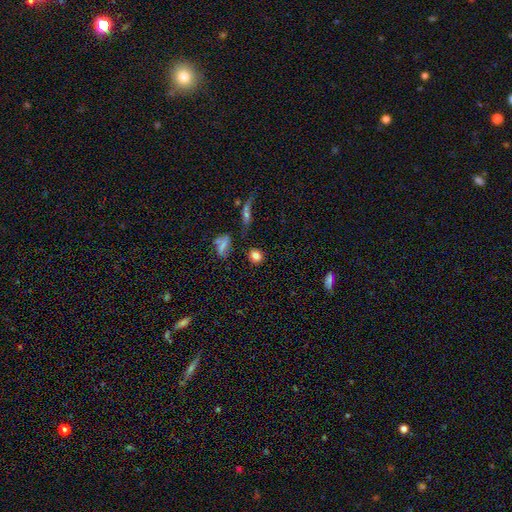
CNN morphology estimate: The model was most divided on "how rounded": round: 77%, in between: 20%, cigar-shaped: 2%. More confident: merging — none (83%); smooth or featured — smooth (81%).